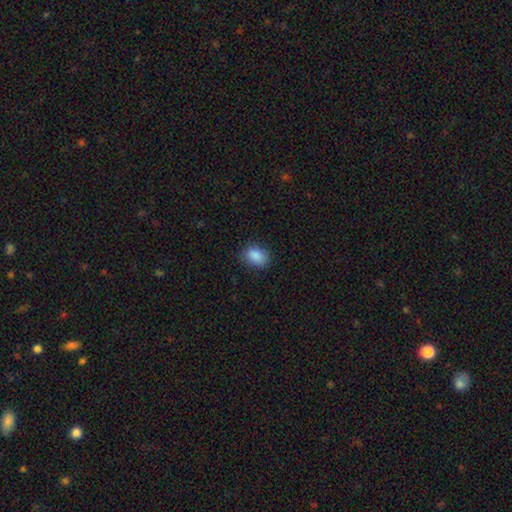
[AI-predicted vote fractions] Smooth or featured? Predicted: smooth (p=0.88). How rounded? Predicted: in between (p=0.67). Merging? Predicted: none (p=0.81).